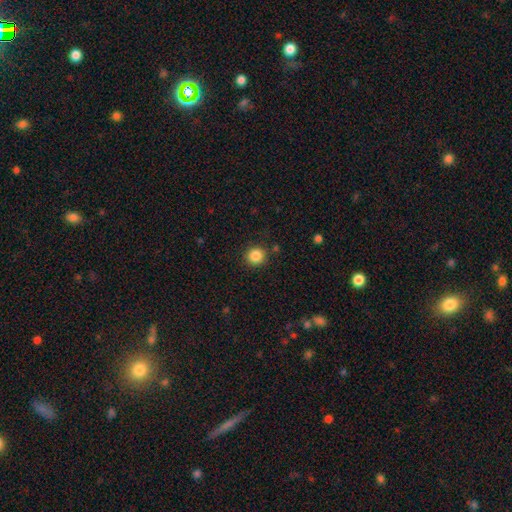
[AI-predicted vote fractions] This appears to be a smooth galaxy with no disk features (85%) that is round (92%). Merging: none (88%).